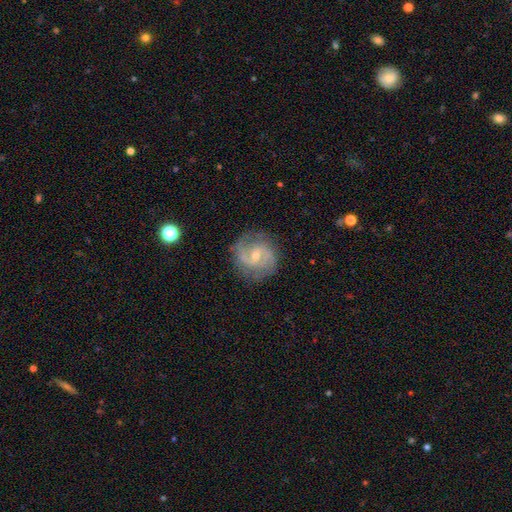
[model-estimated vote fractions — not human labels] smooth_or_featured: featured or disk (p=0.86) [alt: smooth p=0.07]
disk_edge_on: no (p=0.98) [alt: yes p=0.02]
bar: weak (p=0.47) [alt: no p=0.40]
has_spiral_arms: yes (p=0.97) [alt: no p=0.03]
spiral_winding: medium (p=0.52) [alt: tight p=0.31]
spiral_arm_count: 2 (p=0.84) [alt: can't tell p=0.06]
bulge_size: small (p=0.60) [alt: moderate p=0.36]
merging: none (p=0.81) [alt: minor disturbance p=0.13]